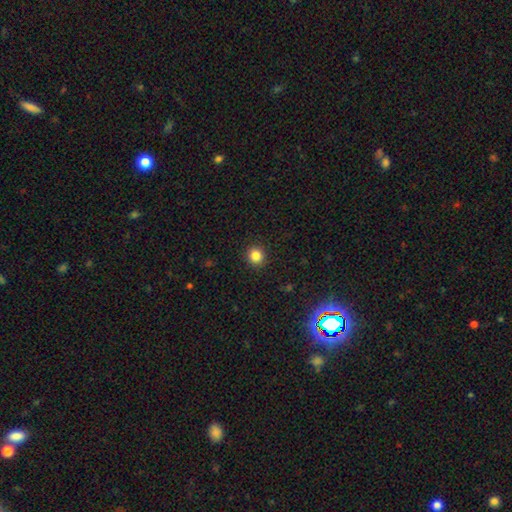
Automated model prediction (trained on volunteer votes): This is clearly a smooth galaxy (84%). How rounded: clearly round (91%). Merging: clearly none (92%).